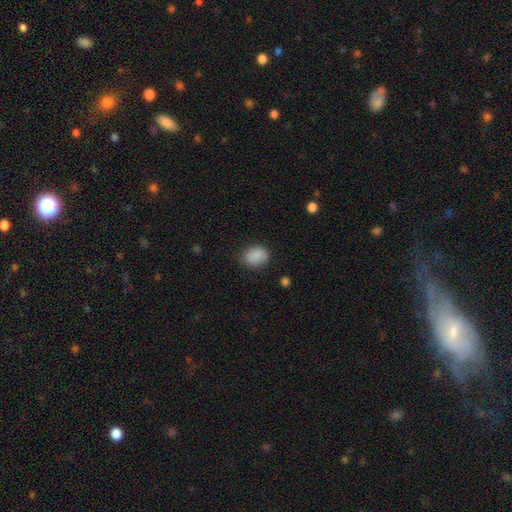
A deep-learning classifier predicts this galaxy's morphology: smooth_or_featured: smooth (p=0.86) [alt: star or artifact p=0.08]
how_rounded: in between (p=0.61) [alt: round p=0.38]
merging: none (p=0.77) [alt: minor disturbance p=0.17]